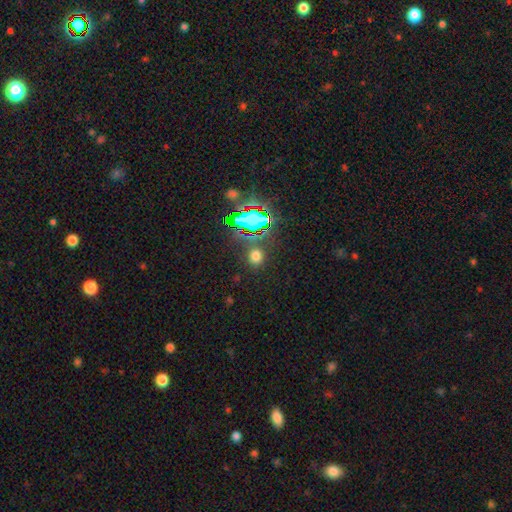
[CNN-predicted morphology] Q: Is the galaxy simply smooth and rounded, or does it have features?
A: smooth — 61%.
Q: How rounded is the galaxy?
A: round — 69%.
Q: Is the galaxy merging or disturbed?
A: none — 84%.